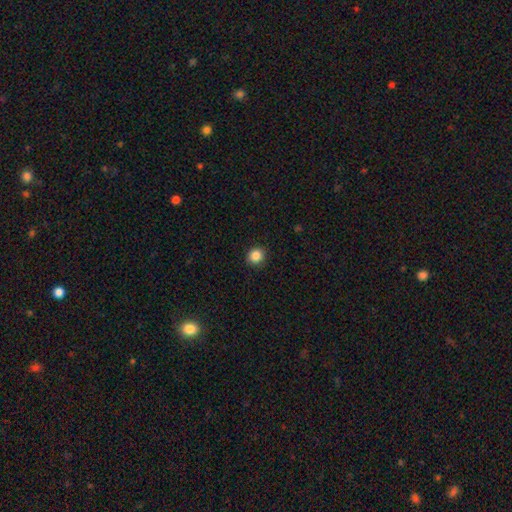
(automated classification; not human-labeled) A smooth galaxy with no disk features (86%) that is round (88%). Merging: none (91%).